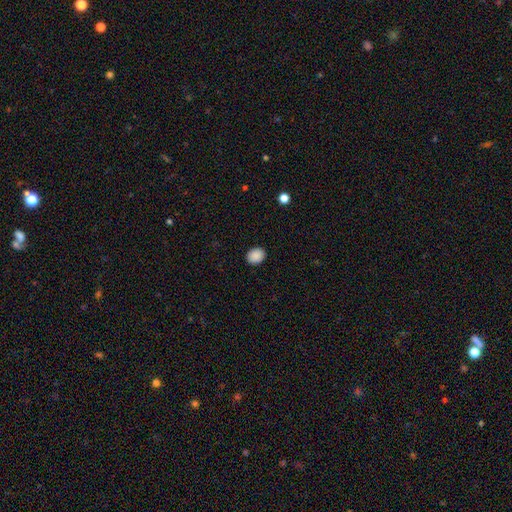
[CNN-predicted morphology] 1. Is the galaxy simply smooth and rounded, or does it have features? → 89% smooth, 8% star or artifact, 2% featured or disk.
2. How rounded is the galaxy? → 54% round, 45% in between, 1% cigar-shaped.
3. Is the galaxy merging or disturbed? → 90% none, 7% minor disturbance, 2% major disturbance, 1% merger.